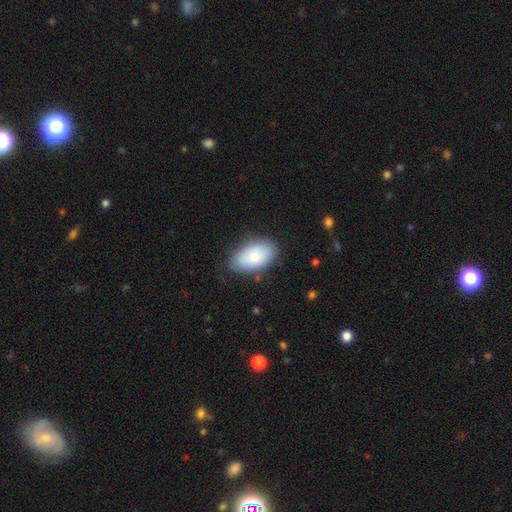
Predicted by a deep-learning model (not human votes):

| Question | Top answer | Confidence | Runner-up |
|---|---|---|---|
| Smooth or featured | smooth | 79% | featured or disk (14%) |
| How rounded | in between | 94% | round (5%) |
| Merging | none | 79% | minor disturbance (16%) |